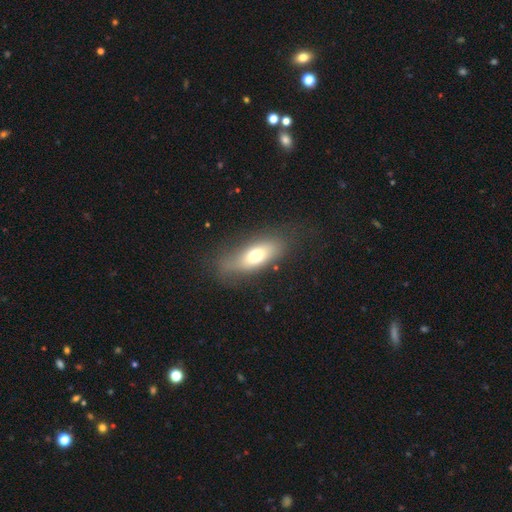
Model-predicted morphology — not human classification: type=smooth (66%); roundness=in between (76%); merging=none (66%).